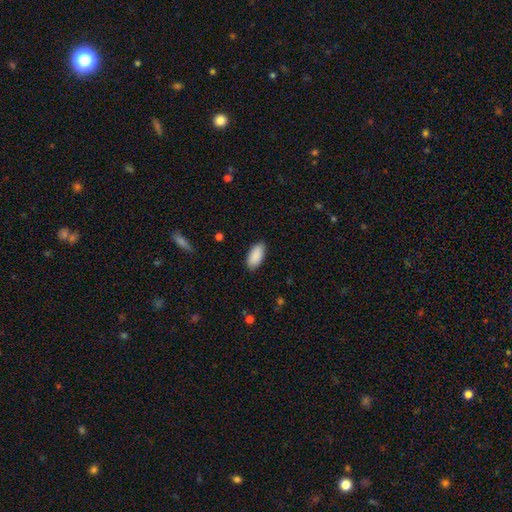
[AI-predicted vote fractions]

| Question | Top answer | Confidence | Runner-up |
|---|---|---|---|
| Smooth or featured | smooth | 91% | star or artifact (6%) |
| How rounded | in between | 94% | cigar-shaped (5%) |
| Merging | none | 88% | minor disturbance (9%) |